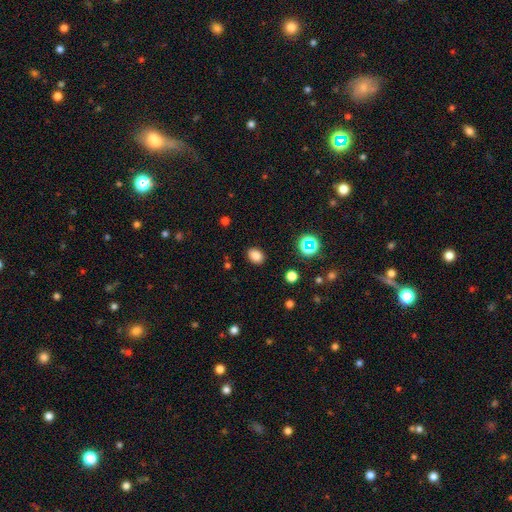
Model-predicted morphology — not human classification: A smooth galaxy with no disk features (82%) that is in between round and cigar-shaped (68%). Merging: none (88%).